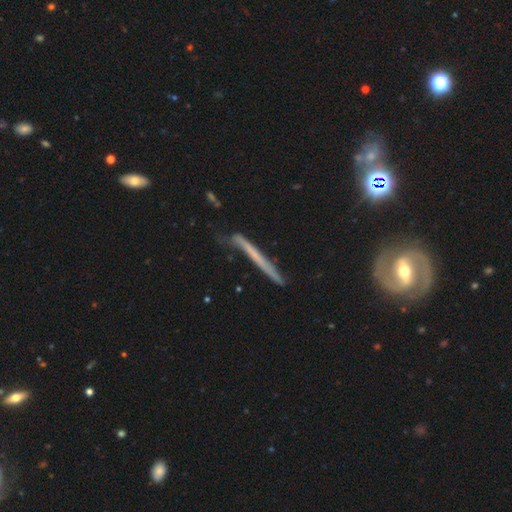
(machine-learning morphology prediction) Overall: featured or disk (52%; smooth 39%). Edge-on disk: yes (90%). Merging: none (66%).